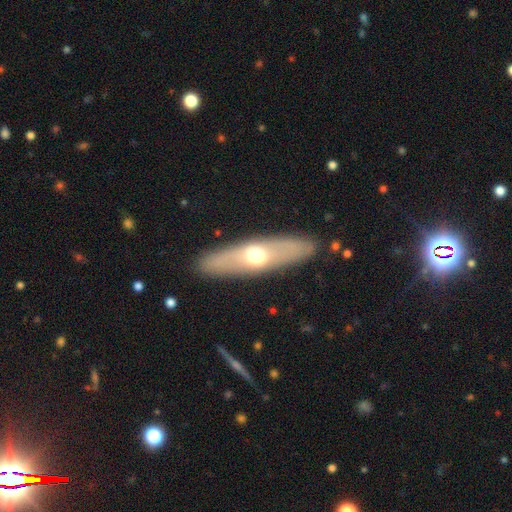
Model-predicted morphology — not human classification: smooth_or_featured: smooth (p=0.49) [alt: featured or disk p=0.44]
merging: none (p=0.88) [alt: minor disturbance p=0.08]